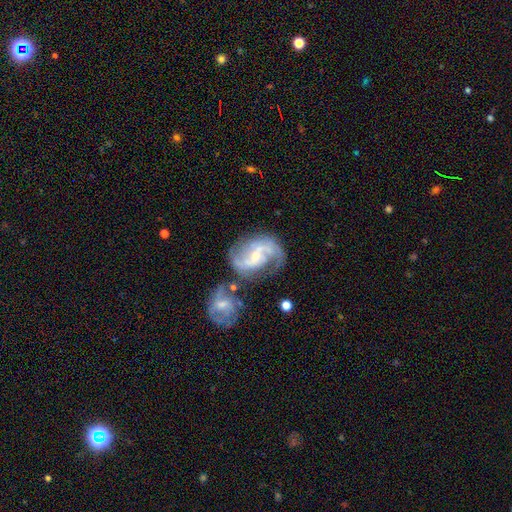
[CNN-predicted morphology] Smooth or featured: featured or disk — 86% (smooth — 7%)
Edge-on disk: no — 97% (yes — 3%)
Bar: weak — 41% (no — 35%)
Spiral arms: yes — 95% (no — 5%)
Spiral winding: medium — 45% (loose — 38%)
Spiral arm count: 2 — 80% (can't tell — 8%)
Bulge size: small — 58% (moderate — 38%)
Merging: none — 47% (merger — 25%)